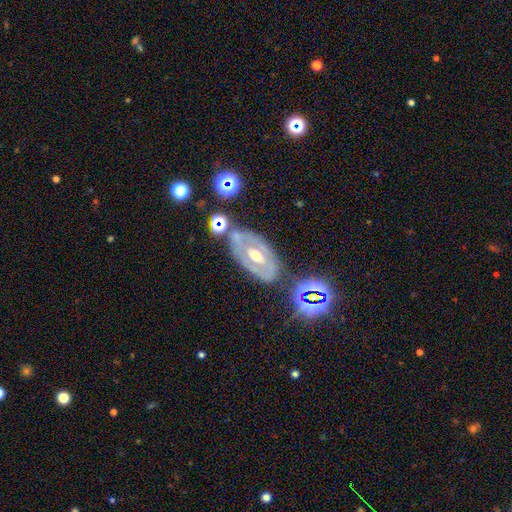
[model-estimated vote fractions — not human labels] Smooth or featured? featured or disk (73%)
Edge-on disk? no (90%)
Bar? no (45%)
Spiral arms? no (56%)
Bulge size? moderate (72%)
Merging? none (68%)